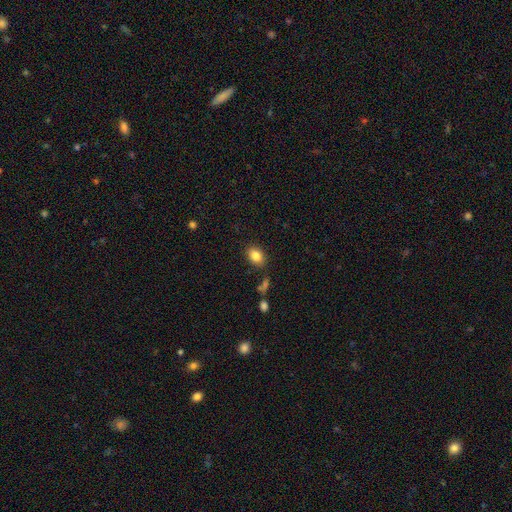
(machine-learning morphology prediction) Smooth or featured? Predicted: smooth (p=0.84). How rounded? Predicted: in between (p=0.75). Merging? Predicted: none (p=0.82).